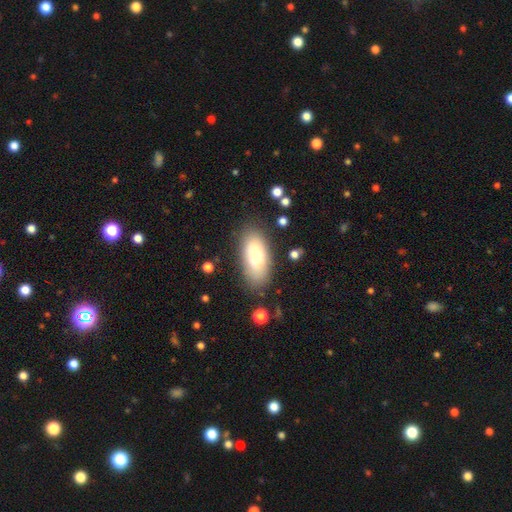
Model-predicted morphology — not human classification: smooth-or-featured: smooth: 74% | featured or disk: 19% | star or artifact: 7%
  how-rounded: in between: 88% | cigar-shaped: 8% | round: 3%
  merging: none: 78% | minor disturbance: 14% | major disturbance: 5% | merger: 3%